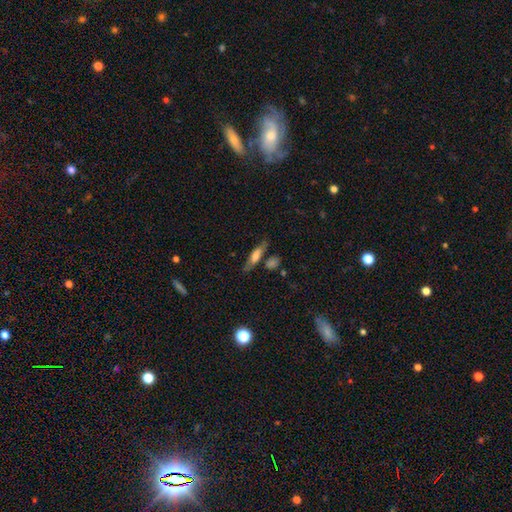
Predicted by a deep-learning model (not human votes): Smooth or featured?
  - smooth: 53% *
  - featured or disk: 38%
  - star or artifact: 9%
How rounded?
  - cigar-shaped: 62% *
  - in between: 34%
  - round: 3%
Merging?
  - none: 68% *
  - minor disturbance: 17%
  - merger: 10%
  - major disturbance: 6%